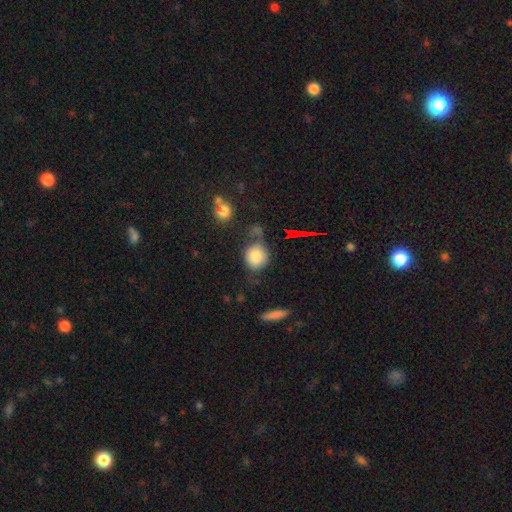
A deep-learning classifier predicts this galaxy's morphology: This is clearly a smooth galaxy (80%). How rounded: likely round (71%). Merging: possibly none (53%).